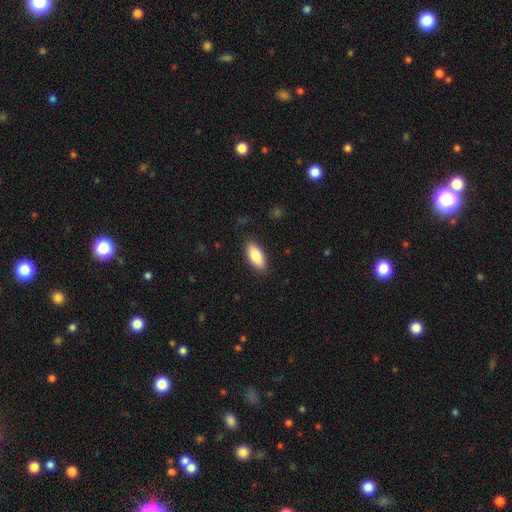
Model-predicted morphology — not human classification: smooth_or_featured: smooth (p=0.84) [alt: featured or disk p=0.10]
how_rounded: in between (p=0.86) [alt: cigar-shaped p=0.12]
merging: none (p=0.87) [alt: minor disturbance p=0.10]